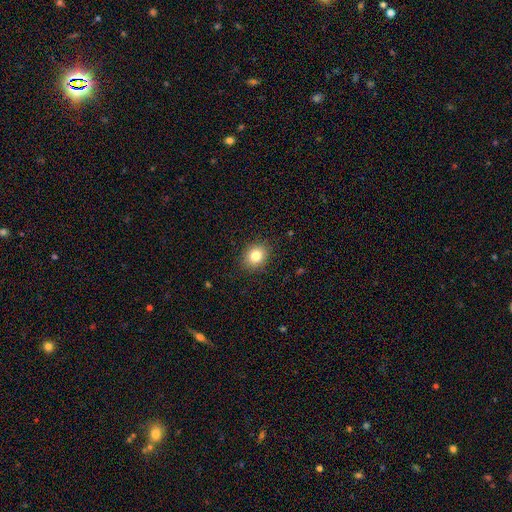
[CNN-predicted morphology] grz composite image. It shows a smooth galaxy with no disk features (82%) that is round (60%). Merging: none (89%).